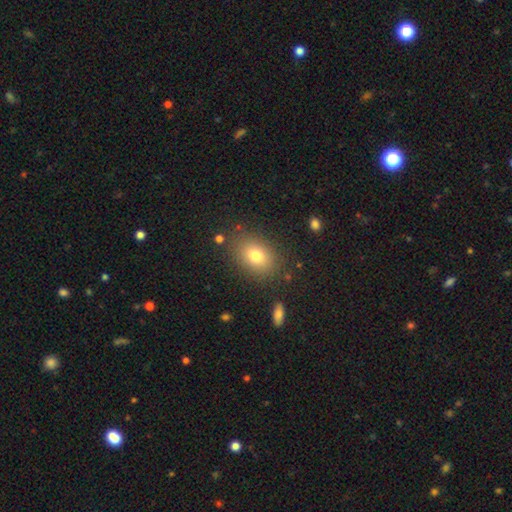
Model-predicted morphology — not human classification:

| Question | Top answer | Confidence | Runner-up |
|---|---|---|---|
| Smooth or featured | smooth | 77% | star or artifact (11%) |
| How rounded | in between | 72% | round (27%) |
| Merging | none | 83% | minor disturbance (11%) |